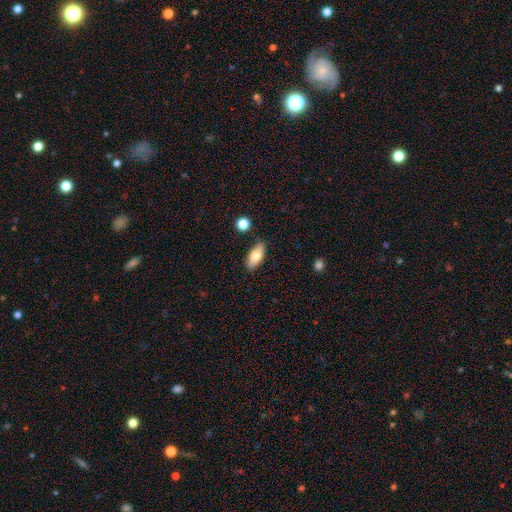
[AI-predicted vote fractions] A smooth galaxy with no disk features (78%) that is in between round and cigar-shaped (87%). Merging: none (77%).